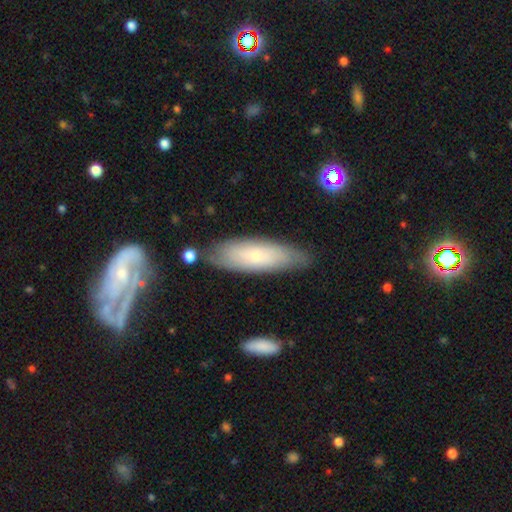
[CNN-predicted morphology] Smooth or featured? smooth (59%)
How rounded? in between (54%)
Merging? none (78%)